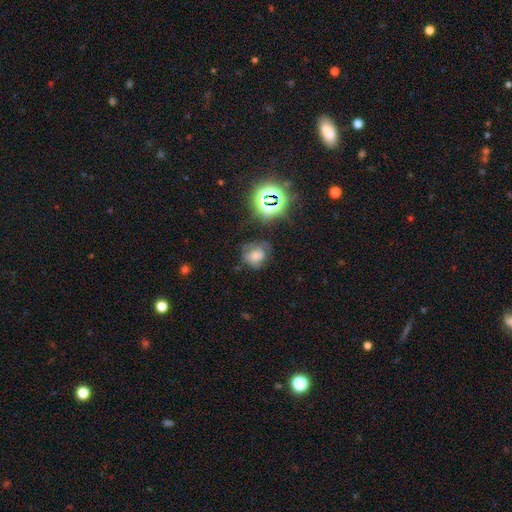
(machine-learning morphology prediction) A smooth galaxy with no disk features (45%). Merging: none (54%).